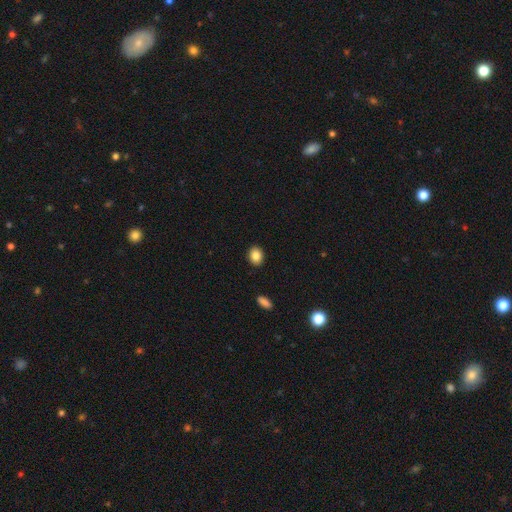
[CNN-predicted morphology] A smooth galaxy with no disk features (86%) that is in between round and cigar-shaped (50%).

Vote fractions:
- Smooth or featured? smooth: 86% / star or artifact: 9% / featured or disk: 5%
- How rounded? in between: 50% / round: 49% / cigar-shaped: 1%
- Merging? none: 91% / minor disturbance: 6% / major disturbance: 2% / merger: 1%